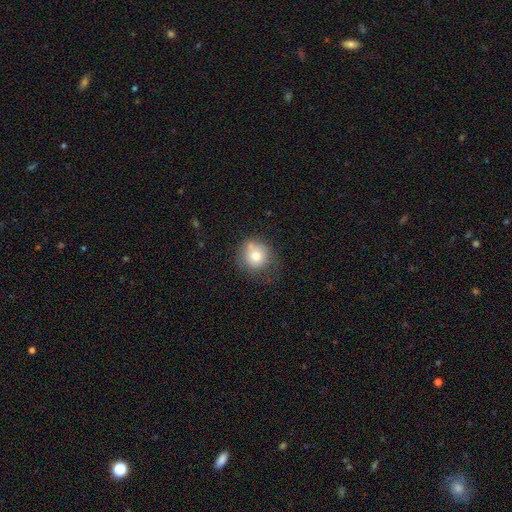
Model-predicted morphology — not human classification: Q: Smooth or featured?
A: smooth (74%); runner-up: featured or disk (16%)
Q: How rounded?
A: round (85%); runner-up: in between (14%)
Q: Merging?
A: none (57%); runner-up: minor disturbance (26%)